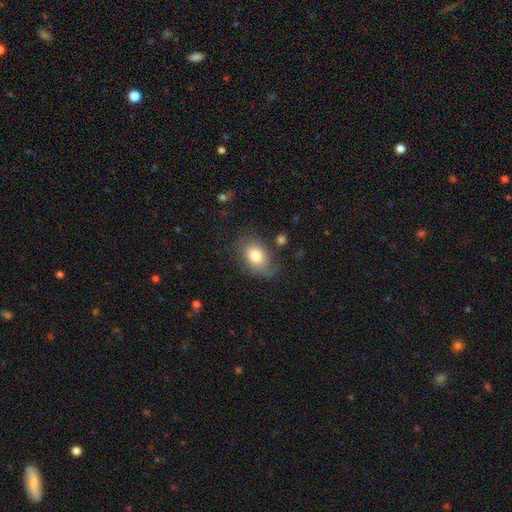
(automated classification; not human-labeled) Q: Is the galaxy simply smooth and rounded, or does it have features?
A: smooth — 75%.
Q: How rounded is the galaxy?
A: in between — 74%.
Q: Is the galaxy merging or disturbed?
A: none — 55%.